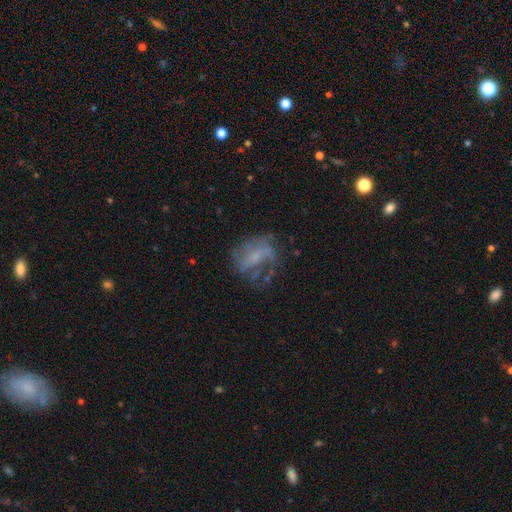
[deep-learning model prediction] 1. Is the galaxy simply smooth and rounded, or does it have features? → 57% featured or disk, 29% smooth, 13% star or artifact.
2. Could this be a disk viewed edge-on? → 97% no, 3% yes.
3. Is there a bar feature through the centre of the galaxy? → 52% no, 35% weak, 13% strong.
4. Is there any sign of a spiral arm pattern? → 58% yes, 42% no.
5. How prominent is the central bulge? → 47% none, 32% small, 16% moderate, 3% large, 1% dominant.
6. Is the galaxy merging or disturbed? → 44% none, 32% major disturbance, 21% minor disturbance, 3% merger.